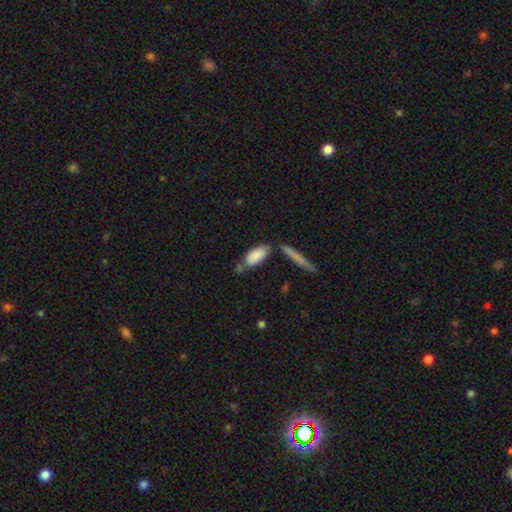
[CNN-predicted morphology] This appears to be a smooth galaxy with no disk features (84%) that is in between round and cigar-shaped (80%). Merging: none (57%).